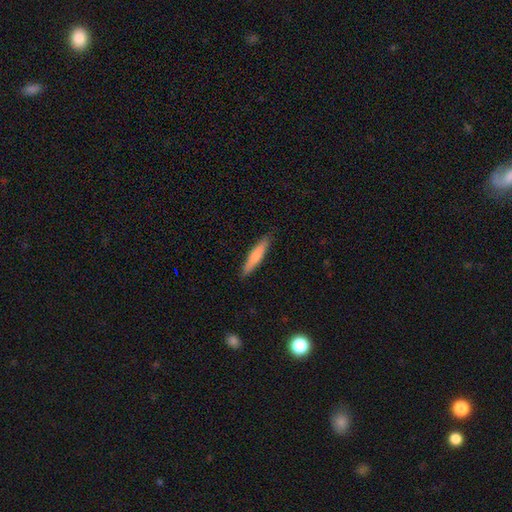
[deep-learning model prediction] Overall: smooth (74%). How rounded: cigar-shaped (86%). Merging: none (87%).